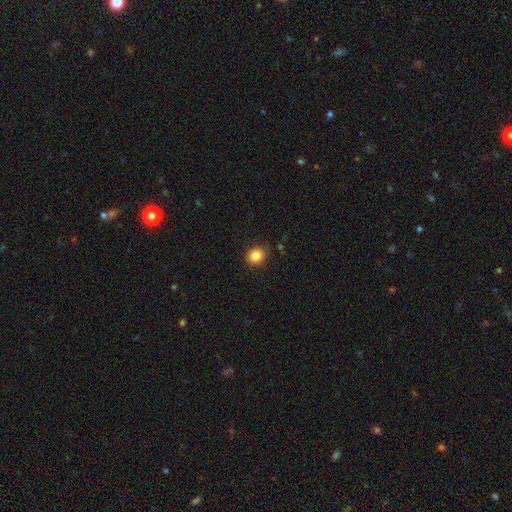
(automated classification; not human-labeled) smooth-or-featured: smooth: 85% | star or artifact: 10% | featured or disk: 5%
  how-rounded: round: 76% | in between: 23% | cigar-shaped: 1%
  merging: none: 87% | minor disturbance: 9% | major disturbance: 2% | merger: 1%